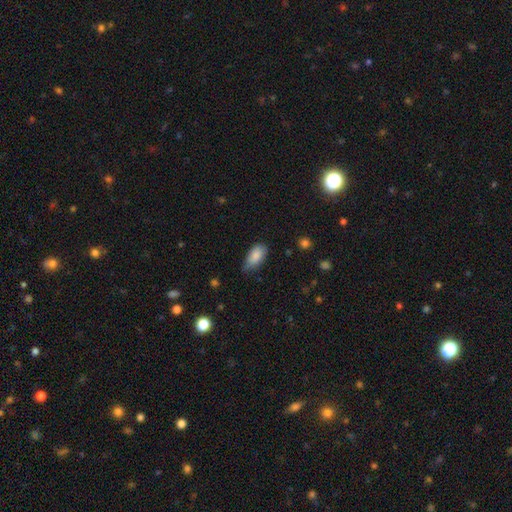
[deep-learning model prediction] smooth 87%, star or artifact 7%, featured or disk 7%. Down the decision tree: how rounded — in between (91%); merging — none (56%).